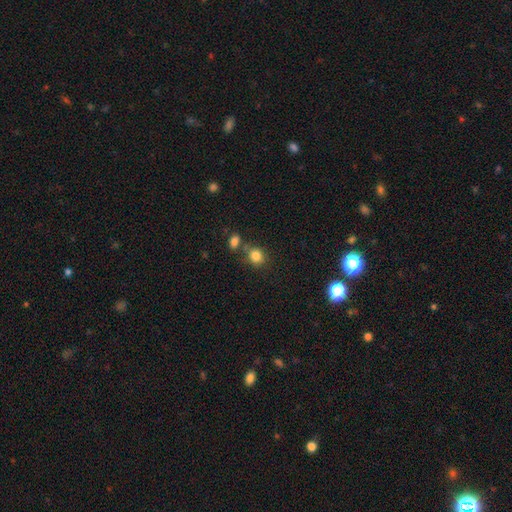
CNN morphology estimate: Smooth or featured? Predicted: smooth (p=0.83). How rounded? Predicted: round (p=0.74). Merging? Predicted: none (p=0.66).